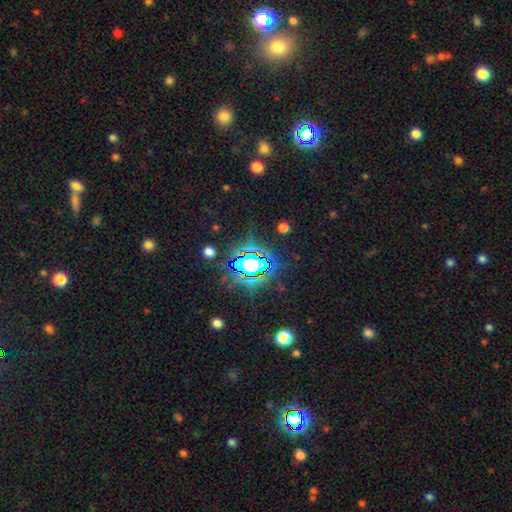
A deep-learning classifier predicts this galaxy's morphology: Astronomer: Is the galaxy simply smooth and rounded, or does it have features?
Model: star or artifact — 71%.